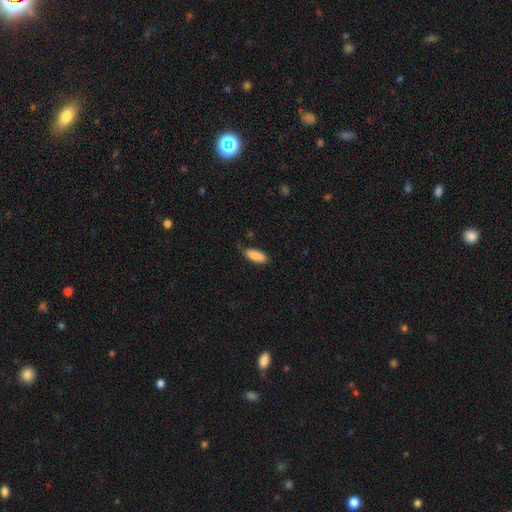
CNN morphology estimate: This appears to be a smooth galaxy with no disk features (89%) that is in between round and cigar-shaped (74%). Merging: none (73%).